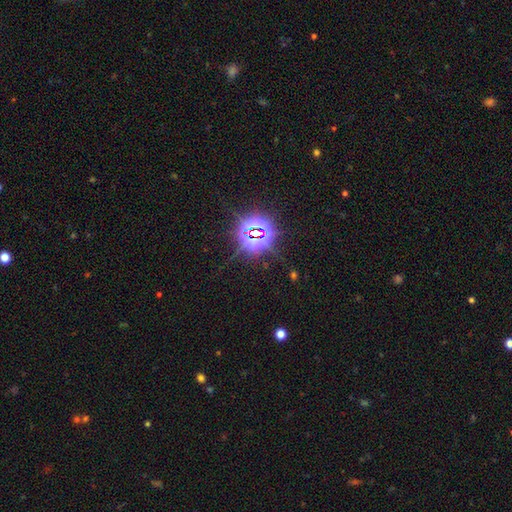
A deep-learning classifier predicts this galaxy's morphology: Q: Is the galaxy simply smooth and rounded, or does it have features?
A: star or artifact — 83%.